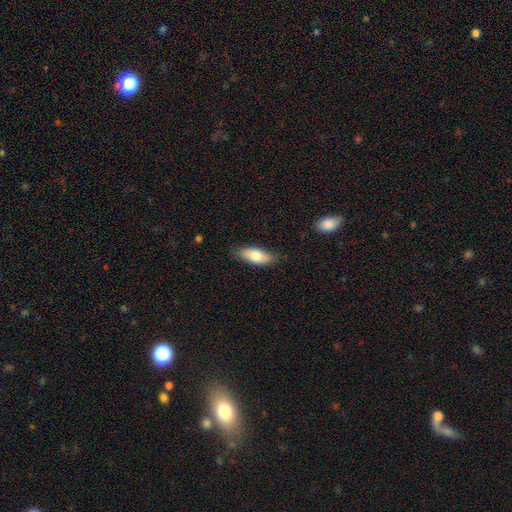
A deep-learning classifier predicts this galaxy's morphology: The model was most divided on "smooth or featured": smooth: 78%, featured or disk: 16%, star or artifact: 6%. More confident: merging — none (81%); how rounded — in between (80%).